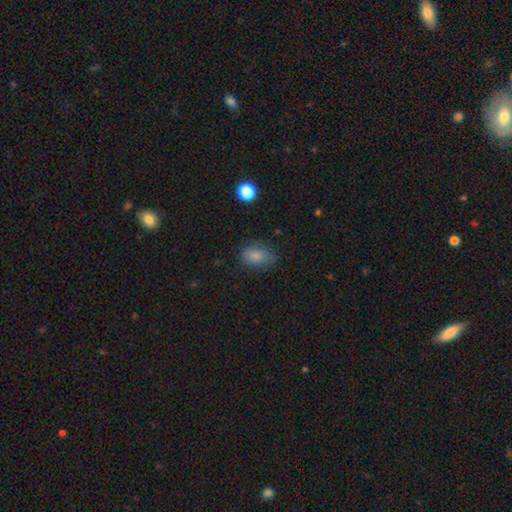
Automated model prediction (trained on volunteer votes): smooth-or-featured: smooth: 80% | star or artifact: 10% | featured or disk: 10%
  how-rounded: in between: 80% | round: 18% | cigar-shaped: 2%
  merging: none: 67% | minor disturbance: 24% | major disturbance: 7% | merger: 2%